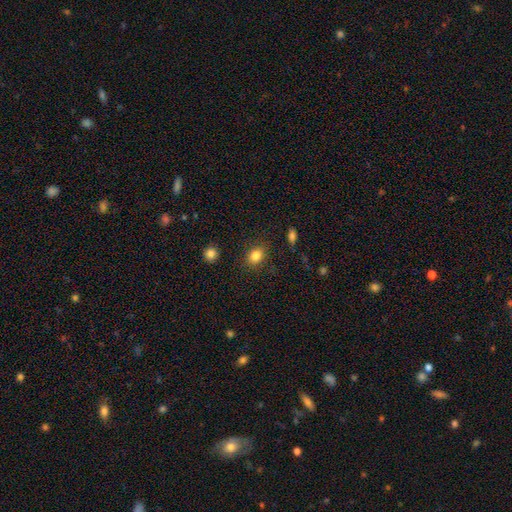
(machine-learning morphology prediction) A smooth galaxy with no disk features (84%) that is in between round and cigar-shaped (55%). Merging: none (85%).